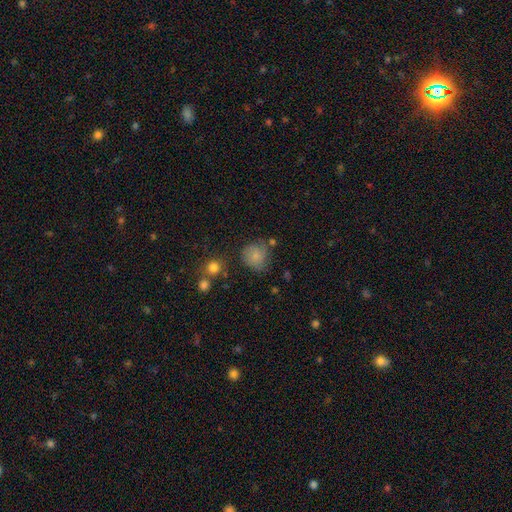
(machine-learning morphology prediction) Smooth or featured? smooth (74%)
How rounded? round (84%)
Merging? none (63%)